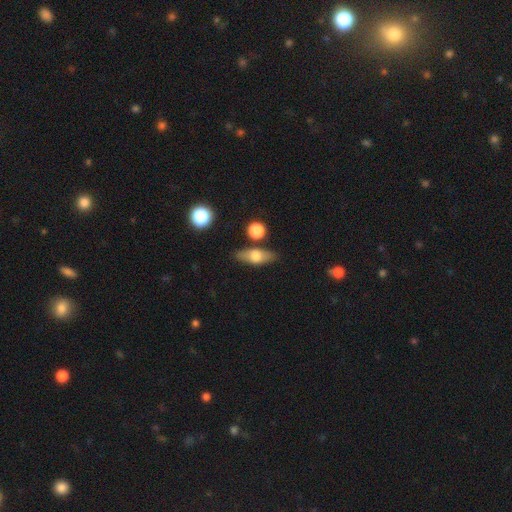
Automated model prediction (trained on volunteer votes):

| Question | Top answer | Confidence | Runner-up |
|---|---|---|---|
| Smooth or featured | smooth | 55% | featured or disk (37%) |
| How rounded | in between | 57% | cigar-shaped (35%) |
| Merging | none | 79% | minor disturbance (12%) |